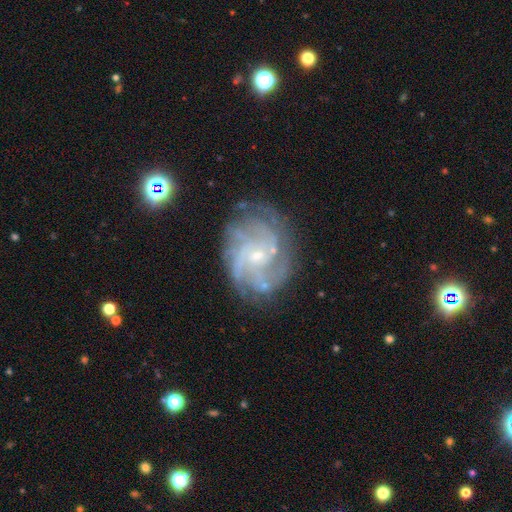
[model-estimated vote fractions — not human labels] featured or disk 85%, smooth 7%, star or artifact 7%. Down the decision tree: edge-on disk — no (97%); bar — no (66%); spiral arms — yes (95%); spiral arm count — can't tell (28%); spiral winding — tight (54%); bulge size — small (72%); merging — none (71%).